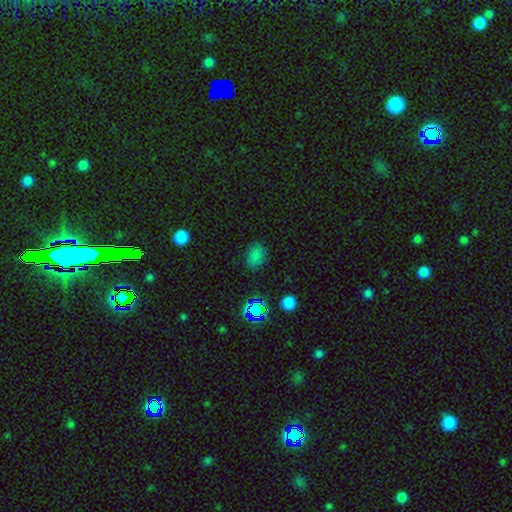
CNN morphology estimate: A smooth galaxy with no disk features (73%) that is in between round and cigar-shaped (68%). Merging: none (81%).